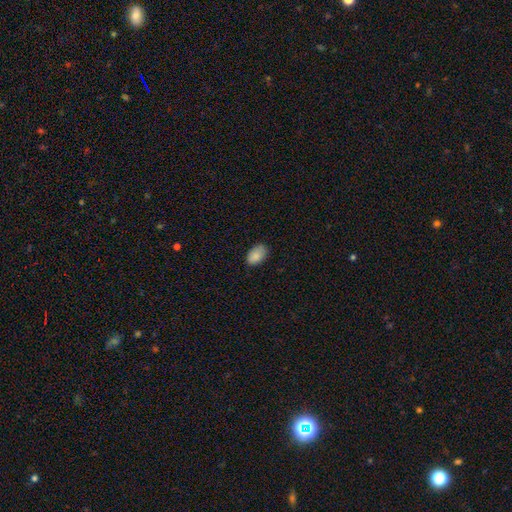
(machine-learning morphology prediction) smooth 88%, star or artifact 7%, featured or disk 5%. Down the decision tree: how rounded — in between (91%); merging — none (77%).